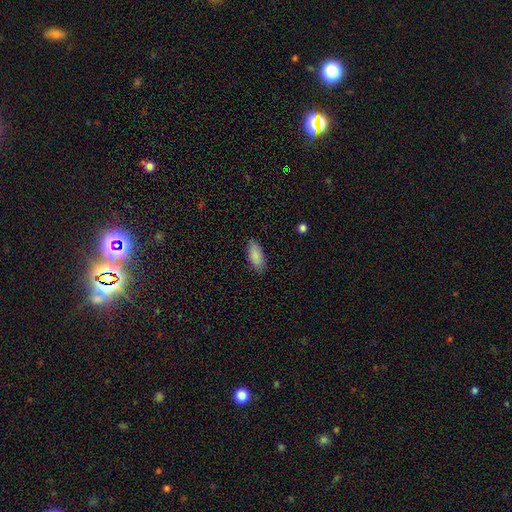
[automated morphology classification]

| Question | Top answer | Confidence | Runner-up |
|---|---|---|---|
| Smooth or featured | smooth | 89% | star or artifact (6%) |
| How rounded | in between | 86% | cigar-shaped (12%) |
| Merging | none | 86% | minor disturbance (11%) |